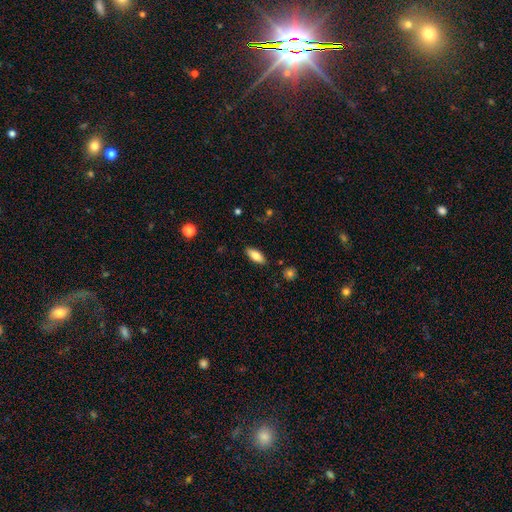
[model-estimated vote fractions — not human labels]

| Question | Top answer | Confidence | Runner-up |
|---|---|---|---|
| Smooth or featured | smooth | 80% | featured or disk (13%) |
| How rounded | in between | 80% | cigar-shaped (18%) |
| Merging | none | 87% | minor disturbance (9%) |